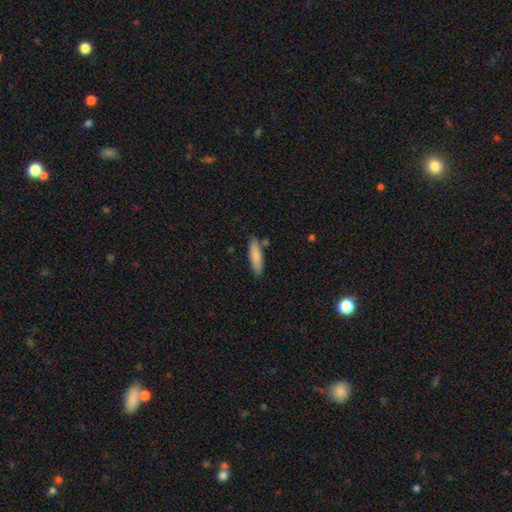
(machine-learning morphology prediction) Q: Smooth or featured?
A: smooth (85%); runner-up: featured or disk (9%)
Q: How rounded?
A: cigar-shaped (59%); runner-up: in between (40%)
Q: Merging?
A: none (81%); runner-up: minor disturbance (12%)